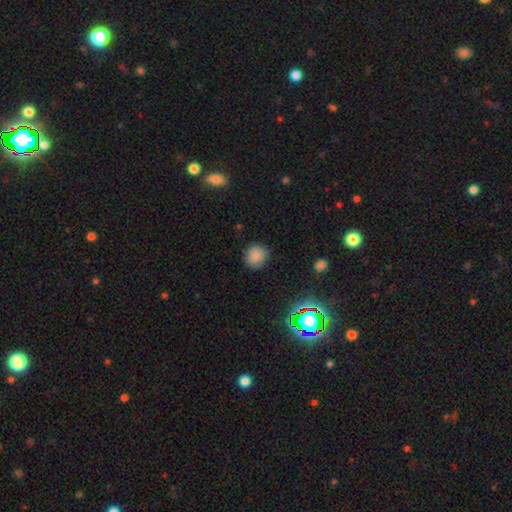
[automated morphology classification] type=smooth (83%); roundness=round (83%); merging=none (85%).